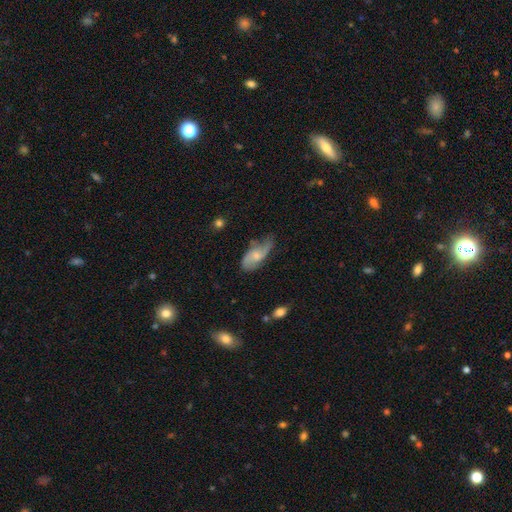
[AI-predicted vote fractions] A featured or disk galaxy (59%) with no bar (66%), spiral arms (85%) and a small central bulge (53%). Merging: none (46%).